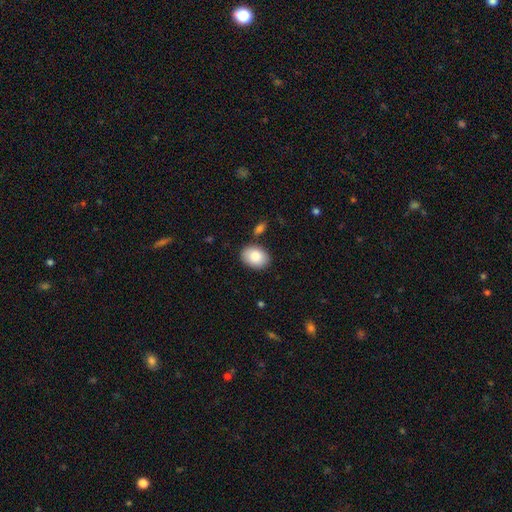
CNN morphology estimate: Smooth or featured: smooth — 87% (featured or disk — 7%)
How rounded: in between — 79% (round — 20%)
Merging: none — 81% (minor disturbance — 11%)